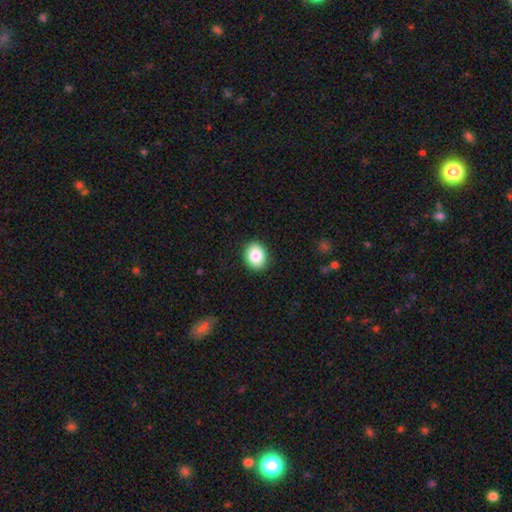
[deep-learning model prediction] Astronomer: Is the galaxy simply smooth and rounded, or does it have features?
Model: smooth — 86%.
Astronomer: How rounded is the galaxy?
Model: in between — 57% (runner-up: round, 42%).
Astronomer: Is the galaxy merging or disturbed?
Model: none — 91%.